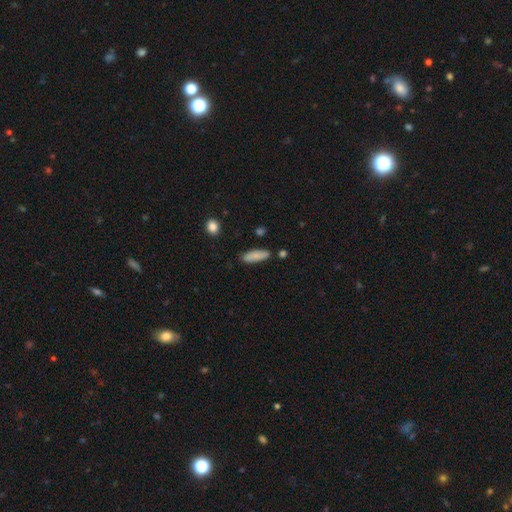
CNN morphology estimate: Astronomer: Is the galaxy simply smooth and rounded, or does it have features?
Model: smooth — 81%.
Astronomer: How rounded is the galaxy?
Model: in between — 57% (runner-up: cigar-shaped, 41%).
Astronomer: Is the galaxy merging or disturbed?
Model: none — 80%.